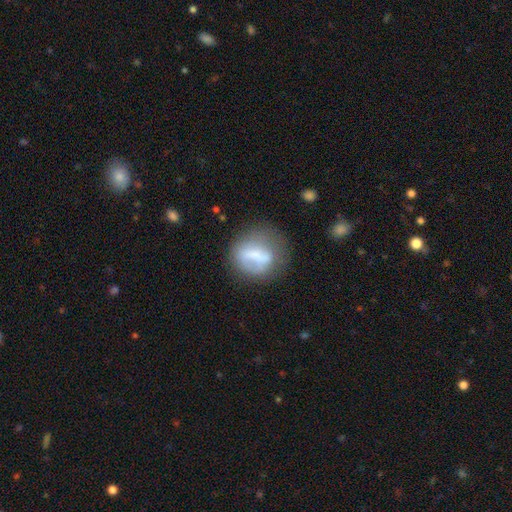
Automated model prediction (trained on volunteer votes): smooth 56%, featured or disk 35%, star or artifact 9%. Down the decision tree: how rounded — round (66%); merging — none (50%).